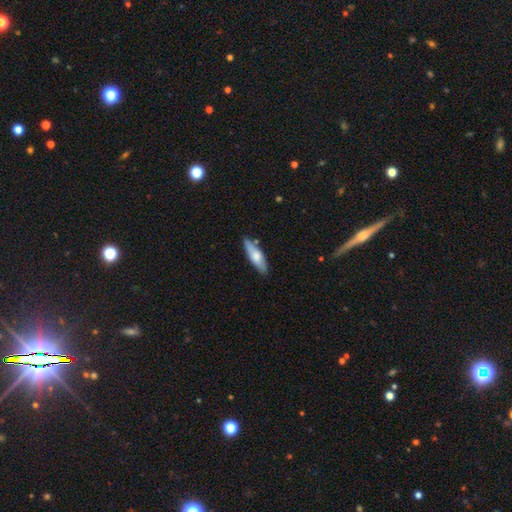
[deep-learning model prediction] A smooth galaxy with no disk features (62%) that is cigar-shaped (53%). Merging: none (79%).